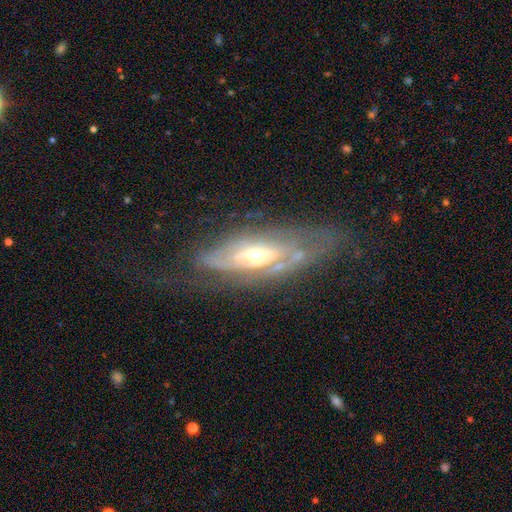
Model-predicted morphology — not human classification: A featured or disk galaxy (82%) with no bar (61%), spiral arms (75%) and a moderate central bulge (61%).

Vote fractions:
- Smooth or featured? featured or disk: 82% / smooth: 12% / star or artifact: 6%
- Edge-on disk? no: 75% / yes: 25%
- Bar? no: 61% / weak: 27% / strong: 12%
- Spiral arms? yes: 75% / no: 25%
- Bulge size? moderate: 61% / small: 31% / large: 5% / none: 1% / dominant: 1%
- Merging? none: 57% / minor disturbance: 24% / major disturbance: 17% / merger: 3%